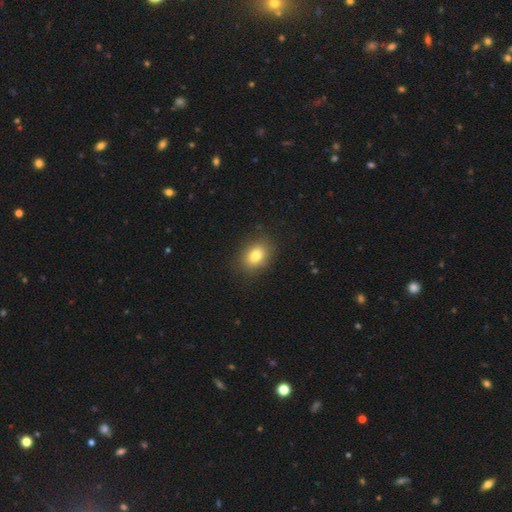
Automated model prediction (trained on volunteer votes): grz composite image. It shows a smooth galaxy with no disk features (79%) that is in between round and cigar-shaped (65%). Merging: none (87%).